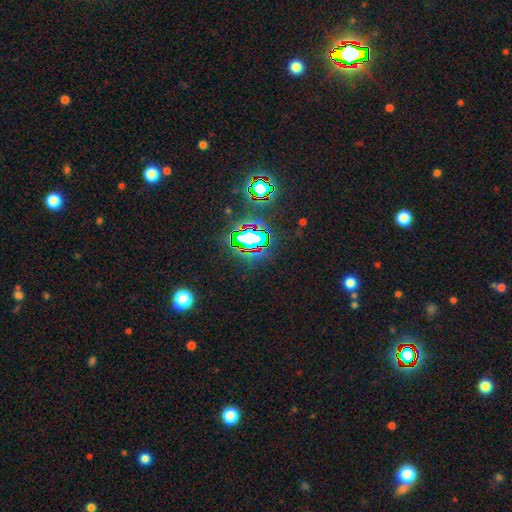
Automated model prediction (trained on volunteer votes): Smooth or featured? Predicted: star or artifact (p=0.80).